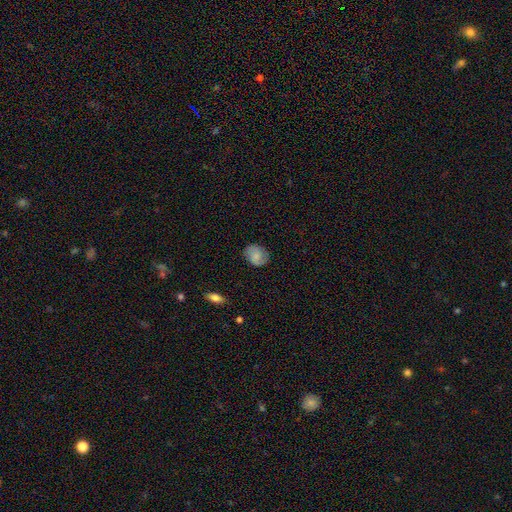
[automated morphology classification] Overall: smooth (52%; featured or disk 40%). How rounded: round (56%; in between 43%). Merging: none (79%).